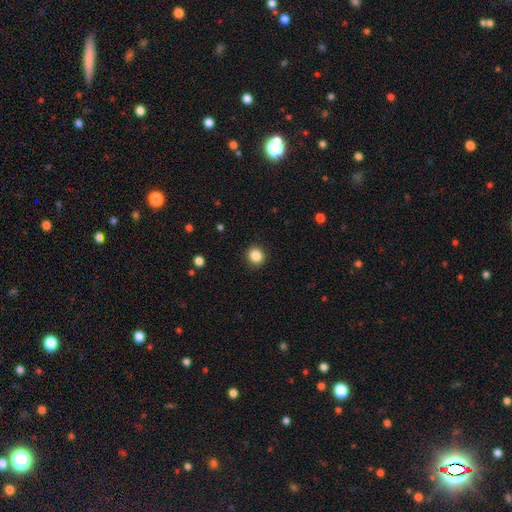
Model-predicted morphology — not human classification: Smooth or featured? smooth (86%)
How rounded? round (89%)
Merging? none (91%)